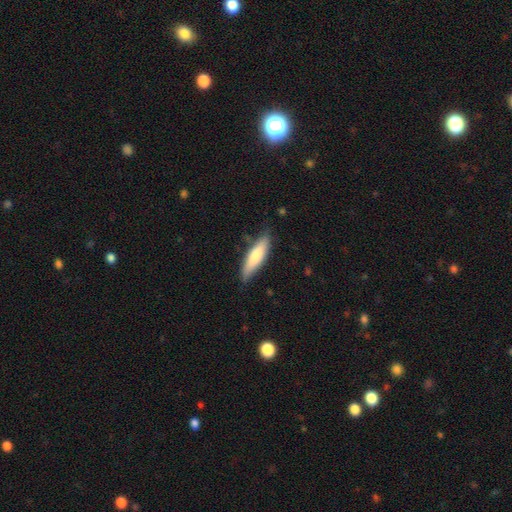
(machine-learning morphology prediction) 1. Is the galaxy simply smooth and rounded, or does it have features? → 74% smooth, 21% featured or disk, 5% star or artifact.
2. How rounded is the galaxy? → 63% cigar-shaped, 35% in between, 1% round.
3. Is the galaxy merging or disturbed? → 76% none, 19% minor disturbance, 3% major disturbance, 2% merger.